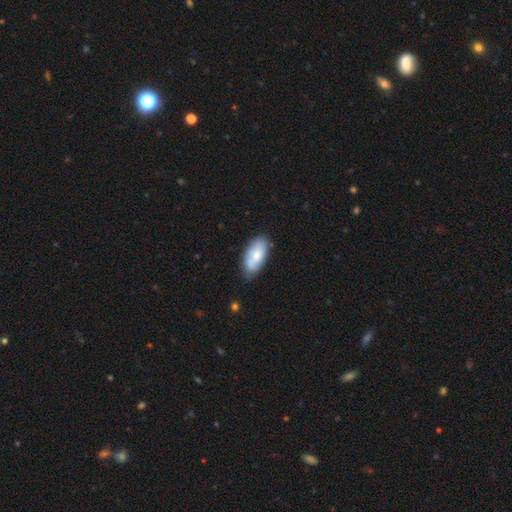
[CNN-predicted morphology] Q: Smooth or featured?
A: smooth (74%); runner-up: featured or disk (20%)
Q: How rounded?
A: in between (92%); runner-up: cigar-shaped (6%)
Q: Merging?
A: none (73%); runner-up: minor disturbance (20%)